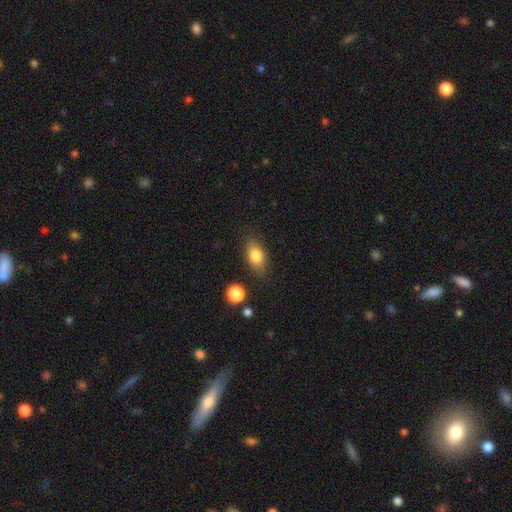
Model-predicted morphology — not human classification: type=smooth (80%); roundness=in between (82%); merging=none (80%).